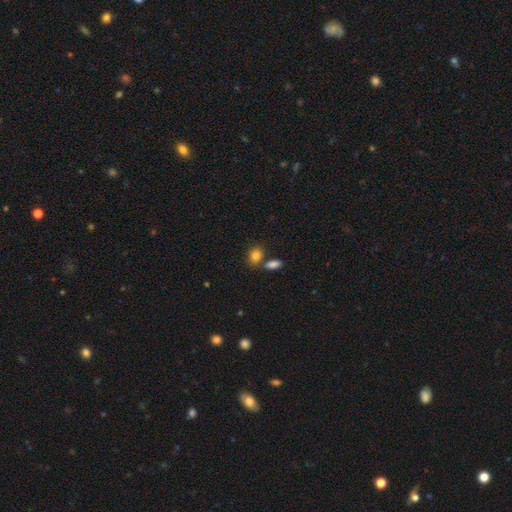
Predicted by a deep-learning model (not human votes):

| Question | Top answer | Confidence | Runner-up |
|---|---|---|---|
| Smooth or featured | smooth | 85% | star or artifact (9%) |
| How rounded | in between | 60% | round (38%) |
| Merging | none | 61% | merger (24%) |